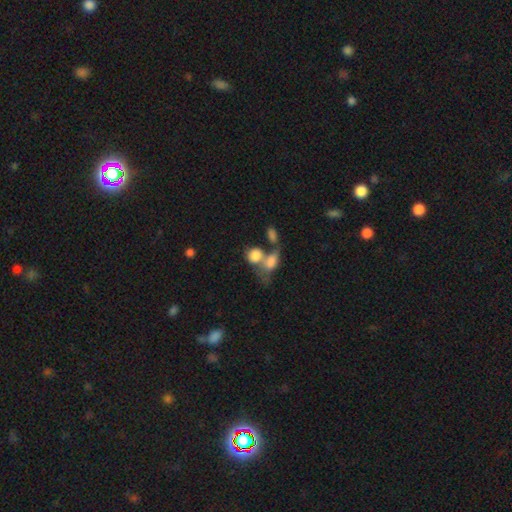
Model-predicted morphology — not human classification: Overall: smooth (77%). How rounded: in between (60%; round 37%). Merging: merger (59%; none 22%).